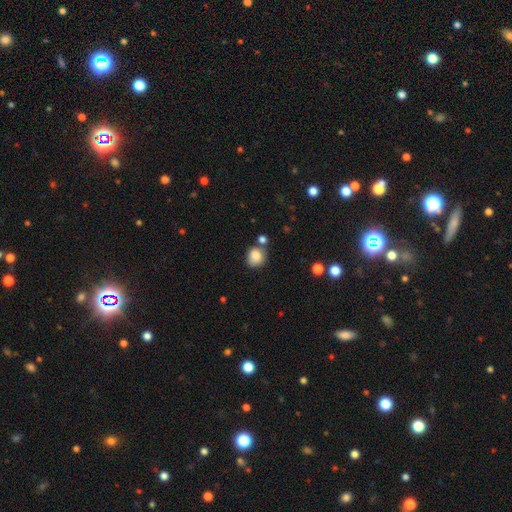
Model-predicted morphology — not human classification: This appears to be a smooth galaxy with no disk features (84%) that is round (78%). Merging: none (66%).